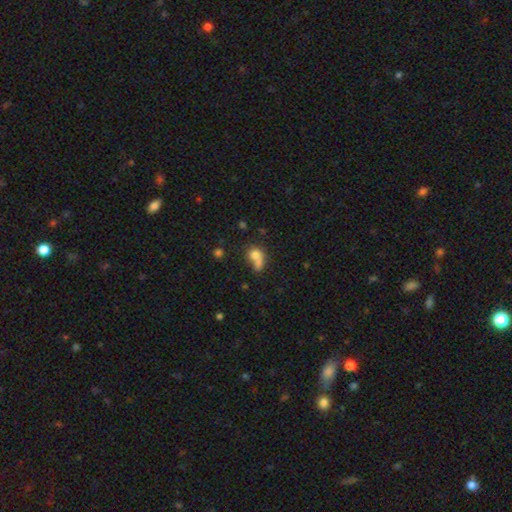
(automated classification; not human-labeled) smooth-or-featured: smooth: 73% | featured or disk: 16% | star or artifact: 11%
  how-rounded: round: 55% | in between: 43% | cigar-shaped: 2%
  merging: merger: 56% | none: 25% | minor disturbance: 10% | major disturbance: 9%